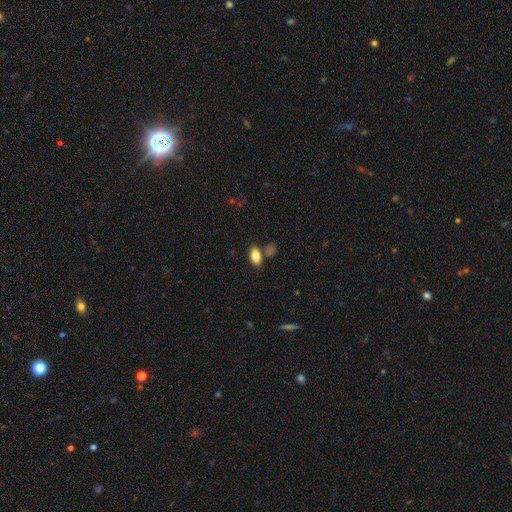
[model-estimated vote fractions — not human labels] Smooth or featured? smooth (84%)
How rounded? in between (91%)
Merging? none (71%)